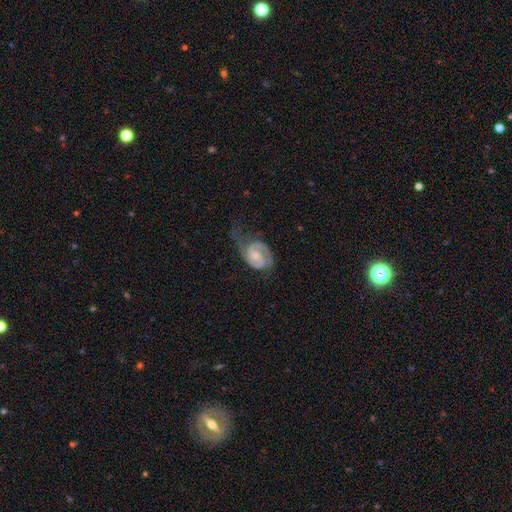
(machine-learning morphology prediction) A featured or disk galaxy (85%) with no bar (61%), 2 (75%) tight (49%) spiral arms (96%) and a small central bulge (47%). Merging: none (41%).